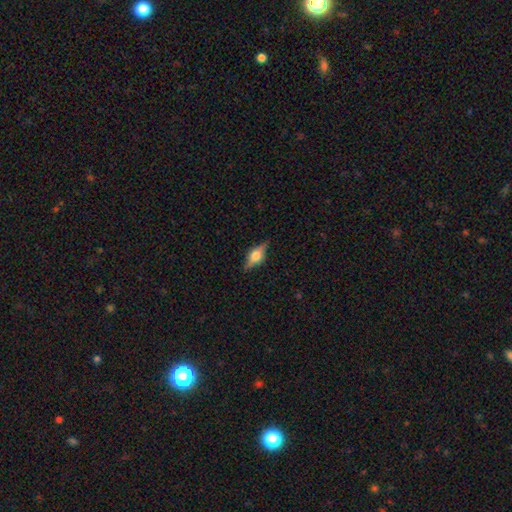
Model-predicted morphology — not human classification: type=featured or disk (64%); edge-on=yes (95%); edge-on bulge=rounded (91%); merging=none (84%).